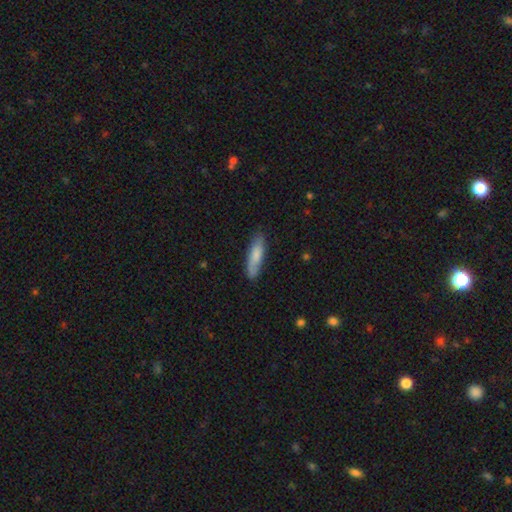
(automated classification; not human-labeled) Smooth or featured?
  - smooth: 78% *
  - featured or disk: 17%
  - star or artifact: 6%
How rounded?
  - cigar-shaped: 70% *
  - in between: 29%
  - round: 2%
Merging?
  - none: 82% *
  - minor disturbance: 14%
  - major disturbance: 2%
  - merger: 1%